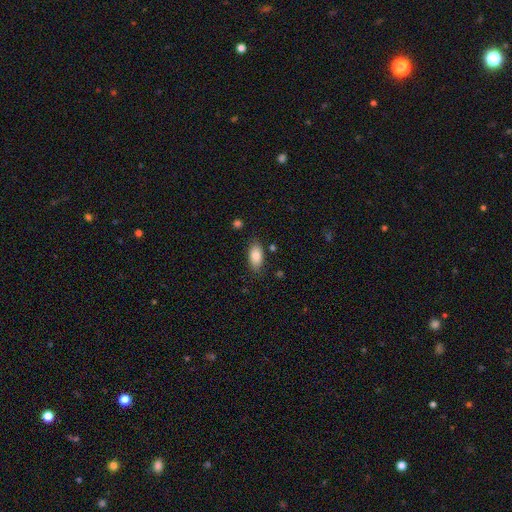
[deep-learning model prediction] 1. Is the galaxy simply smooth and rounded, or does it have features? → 84% smooth, 9% featured or disk, 7% star or artifact.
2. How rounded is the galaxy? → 91% in between, 5% cigar-shaped, 3% round.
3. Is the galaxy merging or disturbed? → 81% none, 14% minor disturbance, 3% major disturbance, 2% merger.